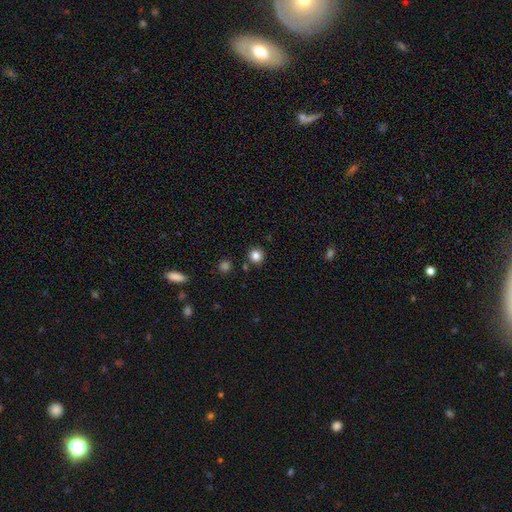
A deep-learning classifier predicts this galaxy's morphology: The model was most divided on "smooth or featured": smooth: 83%, star or artifact: 12%, featured or disk: 5%. More confident: how rounded — round (94%); merging — none (89%).